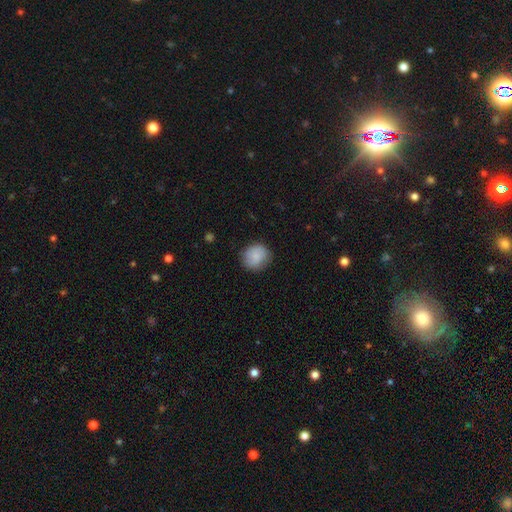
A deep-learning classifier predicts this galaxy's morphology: smooth 81%, featured or disk 12%, star or artifact 7%. Down the decision tree: how rounded — round (82%); merging — none (79%).